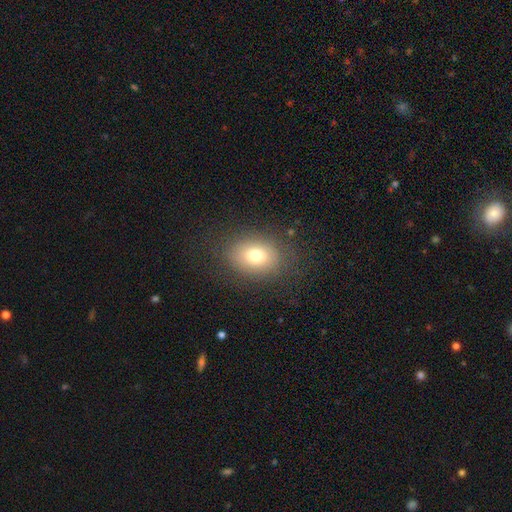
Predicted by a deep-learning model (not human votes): This is likely a smooth galaxy (75%). How rounded: likely in between (67%). Merging: clearly none (82%).